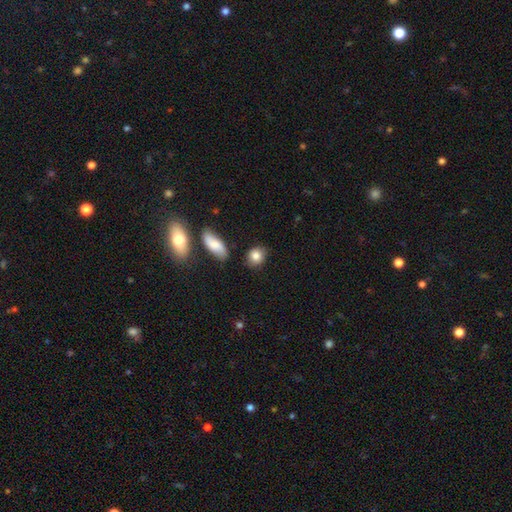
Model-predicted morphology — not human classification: The model was most divided on "how rounded": round: 57%, in between: 40%, cigar-shaped: 2%. More confident: smooth or featured — smooth (85%); merging — none (79%).